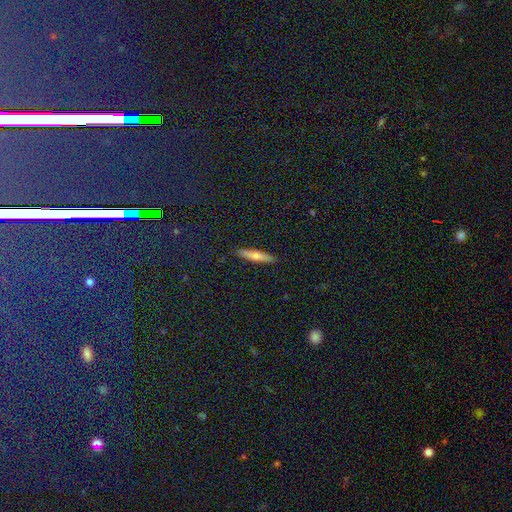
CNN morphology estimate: type=smooth (61%); roundness=cigar-shaped (85%); merging=none (91%).